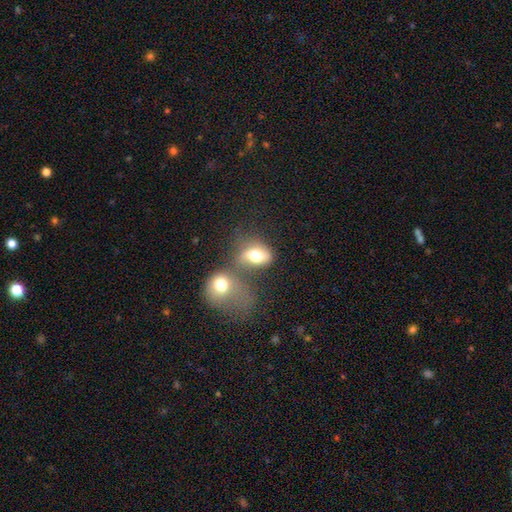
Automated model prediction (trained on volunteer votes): smooth_or_featured: smooth (p=0.66) [alt: featured or disk p=0.25]
how_rounded: in between (p=0.68) [alt: round p=0.31]
merging: merger (p=0.52) [alt: none p=0.20]